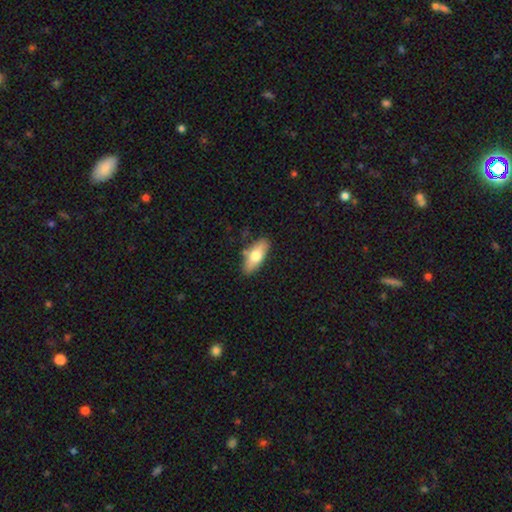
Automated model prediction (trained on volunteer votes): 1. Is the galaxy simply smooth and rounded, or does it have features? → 71% smooth, 23% featured or disk, 6% star or artifact.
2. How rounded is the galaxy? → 78% in between, 19% cigar-shaped, 3% round.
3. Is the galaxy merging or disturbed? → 80% none, 14% minor disturbance, 4% merger, 3% major disturbance.